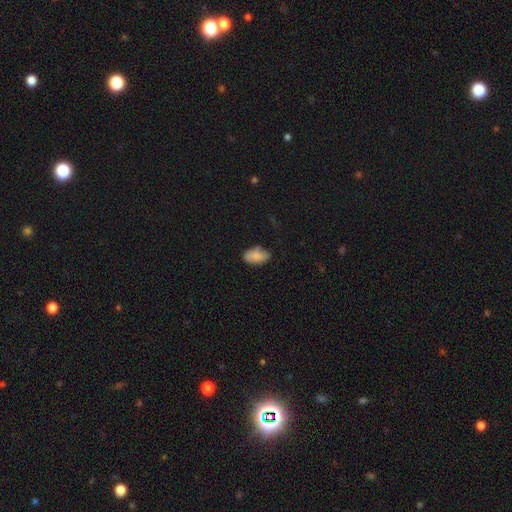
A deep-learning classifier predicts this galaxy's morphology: Smooth or featured: smooth — 84% (featured or disk — 8%)
How rounded: in between — 93% (round — 5%)
Merging: none — 69% (minor disturbance — 24%)